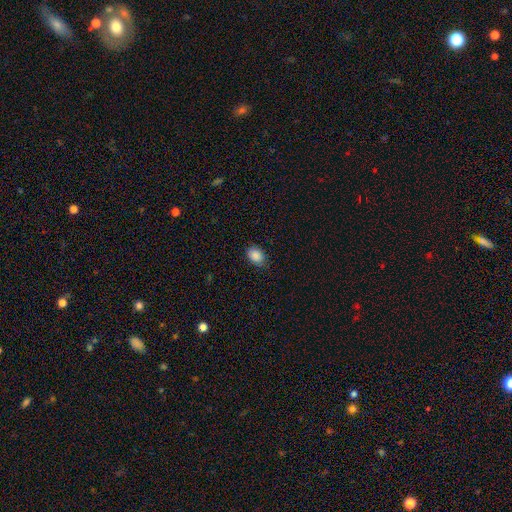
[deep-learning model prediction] smooth-or-featured: smooth: 88% | star or artifact: 8% | featured or disk: 3%
  how-rounded: in between: 72% | round: 27% | cigar-shaped: 1%
  merging: none: 83% | minor disturbance: 13% | major disturbance: 3% | merger: 1%